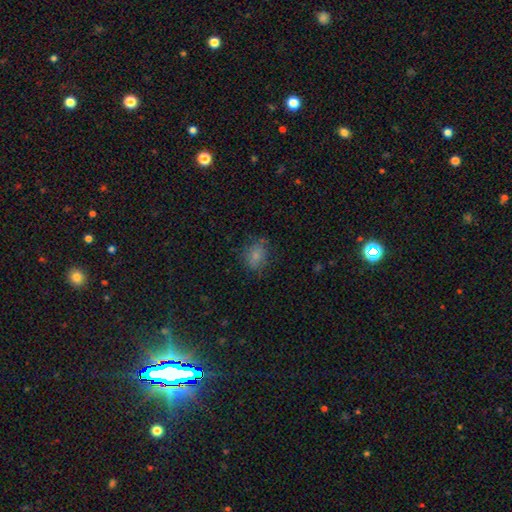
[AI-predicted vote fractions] Overall: smooth (77%). How rounded: round (51%; in between 48%). Merging: none (70%).